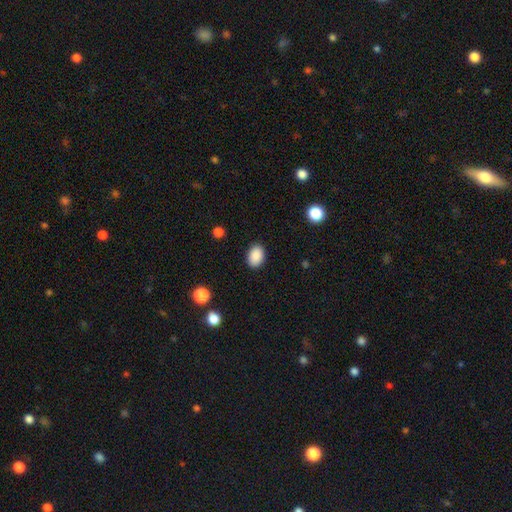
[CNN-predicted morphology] Smooth or featured: smooth — 89% (star or artifact — 8%)
How rounded: in between — 83% (round — 16%)
Merging: none — 88% (minor disturbance — 8%)